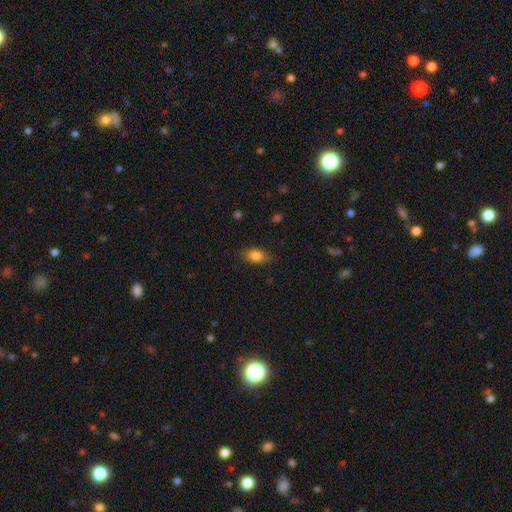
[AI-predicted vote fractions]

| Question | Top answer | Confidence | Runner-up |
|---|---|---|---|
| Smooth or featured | smooth | 81% | featured or disk (10%) |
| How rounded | in between | 81% | round (11%) |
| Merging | none | 83% | minor disturbance (13%) |